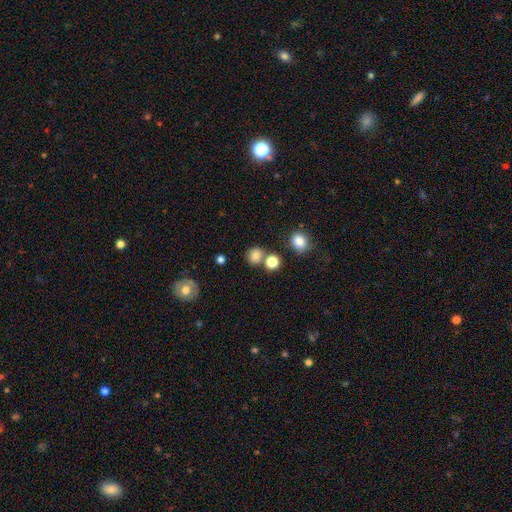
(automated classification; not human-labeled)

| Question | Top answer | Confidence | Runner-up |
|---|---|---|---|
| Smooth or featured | smooth | 80% | star or artifact (14%) |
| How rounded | round | 81% | in between (18%) |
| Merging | none | 66% | merger (19%) |